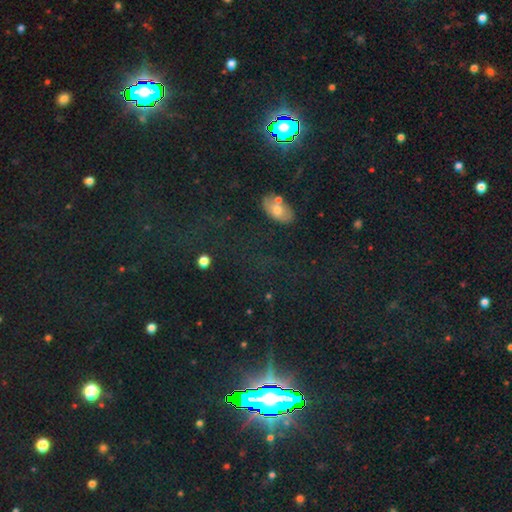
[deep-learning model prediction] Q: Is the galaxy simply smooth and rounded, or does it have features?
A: star or artifact — 71%.